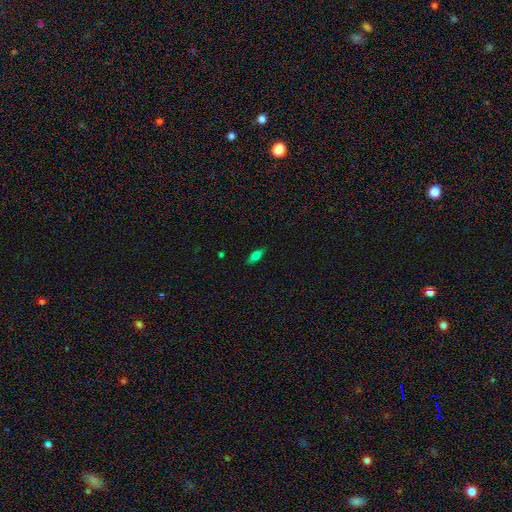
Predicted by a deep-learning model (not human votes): Morphology: type=smooth (67%); roundness=in between (69%); merging=none (85%).